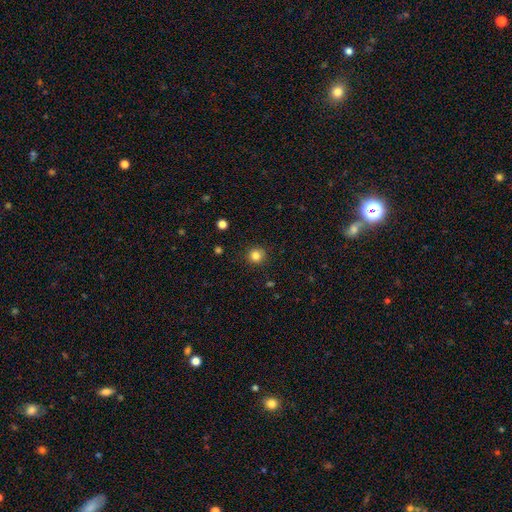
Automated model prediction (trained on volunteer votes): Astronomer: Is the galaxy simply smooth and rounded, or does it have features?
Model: smooth — 82%.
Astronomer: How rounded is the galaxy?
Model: round — 92%.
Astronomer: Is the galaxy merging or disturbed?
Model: none — 89%.